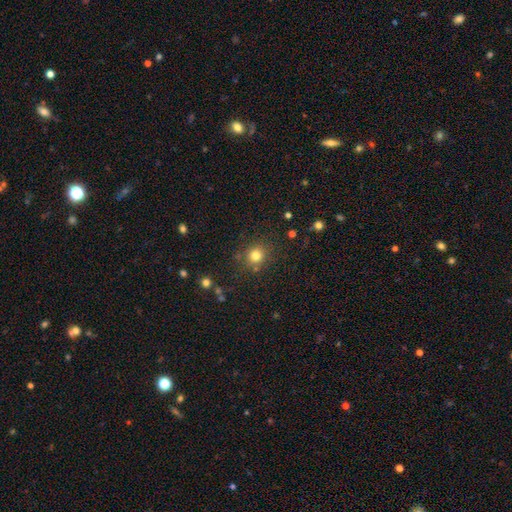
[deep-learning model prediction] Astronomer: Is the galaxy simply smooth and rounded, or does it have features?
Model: smooth — 80%.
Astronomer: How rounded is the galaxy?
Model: round — 87%.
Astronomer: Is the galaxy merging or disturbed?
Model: none — 82%.